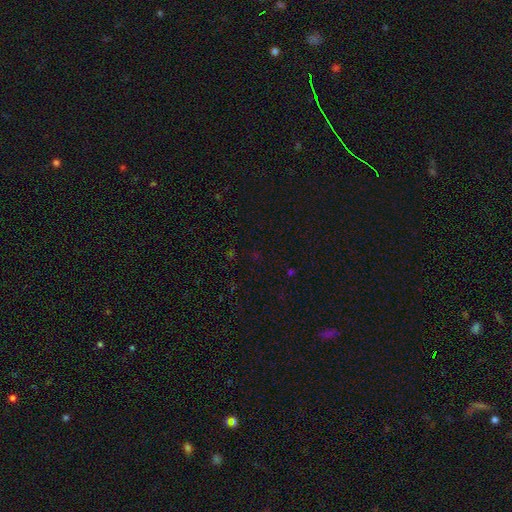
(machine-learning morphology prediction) A star or artifact, not a galaxy (65%).